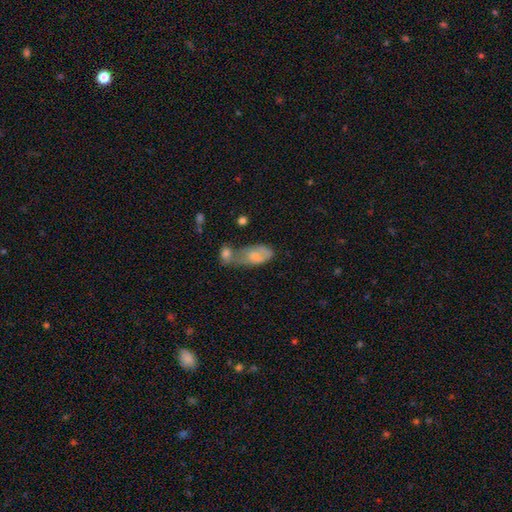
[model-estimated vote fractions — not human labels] A smooth galaxy with no disk features (63%) that is in between round and cigar-shaped (89%).

Vote fractions:
- Smooth or featured? smooth: 63% / featured or disk: 28% / star or artifact: 9%
- How rounded? in between: 89% / cigar-shaped: 7% / round: 4%
- Merging? merger: 47% / none: 20% / minor disturbance: 18% / major disturbance: 15%